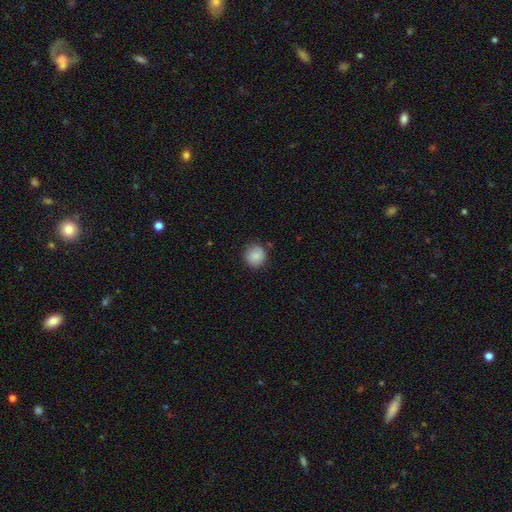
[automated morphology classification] Smooth or featured?
  - smooth: 86% *
  - star or artifact: 8%
  - featured or disk: 6%
How rounded?
  - round: 93% *
  - in between: 6%
  - cigar-shaped: 1%
Merging?
  - none: 83% *
  - minor disturbance: 13%
  - major disturbance: 3%
  - merger: 1%